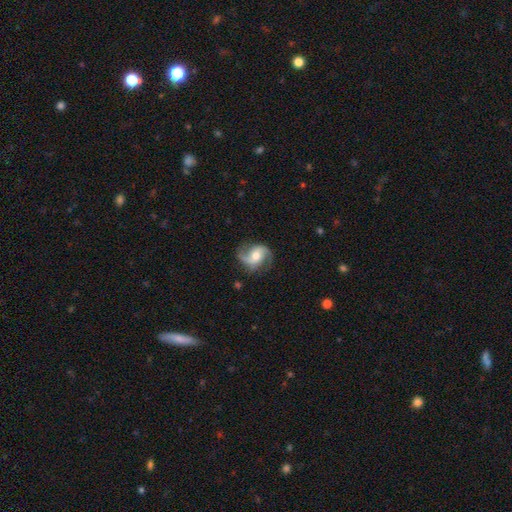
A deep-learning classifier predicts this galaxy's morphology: A featured or disk galaxy (82%) with no bar (54%), 2 (89%) loose (49%) spiral arms (96%) and a moderate central bulge (65%). Merging: none (75%).